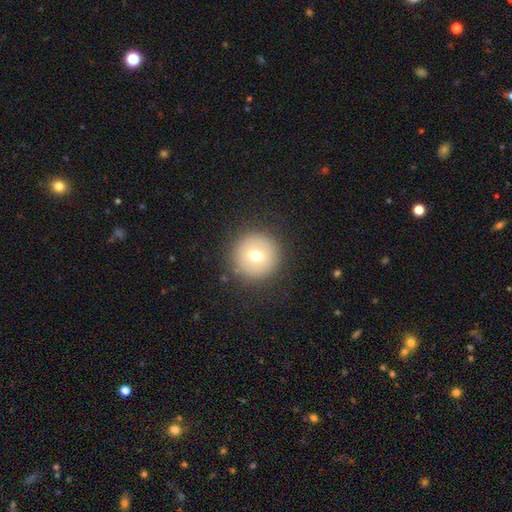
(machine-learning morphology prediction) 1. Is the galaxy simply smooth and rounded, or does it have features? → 68% smooth, 20% featured or disk, 12% star or artifact.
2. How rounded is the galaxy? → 96% round, 3% in between, 1% cigar-shaped.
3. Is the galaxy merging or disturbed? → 89% none, 6% minor disturbance, 3% major disturbance, 1% merger.